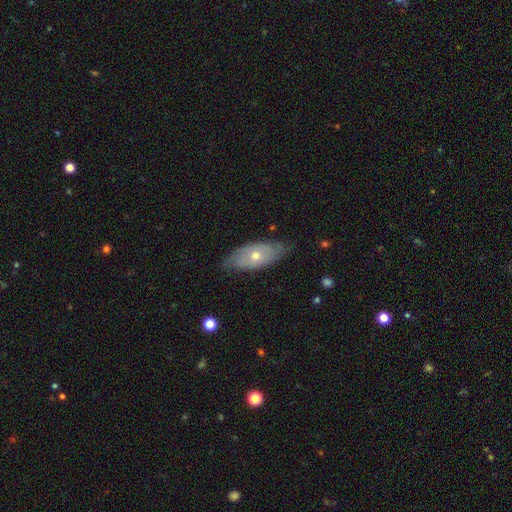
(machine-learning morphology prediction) Overall: featured or disk (52%; smooth 41%). Edge-on disk: no (78%). Merging: none (74%).